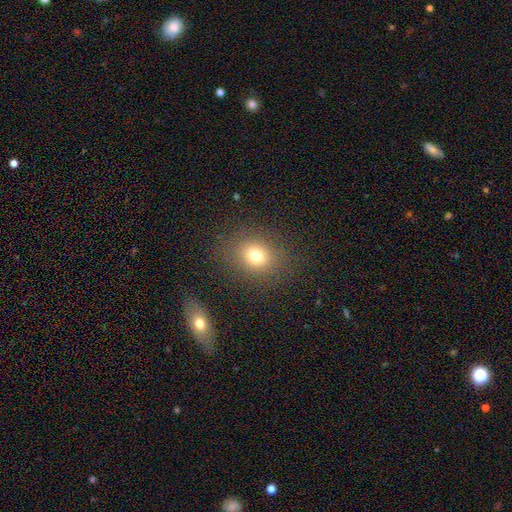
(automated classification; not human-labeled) smooth_or_featured: smooth (p=0.74) [alt: star or artifact p=0.16]
how_rounded: round (p=0.65) [alt: in between p=0.34]
merging: none (p=0.85) [alt: minor disturbance p=0.08]